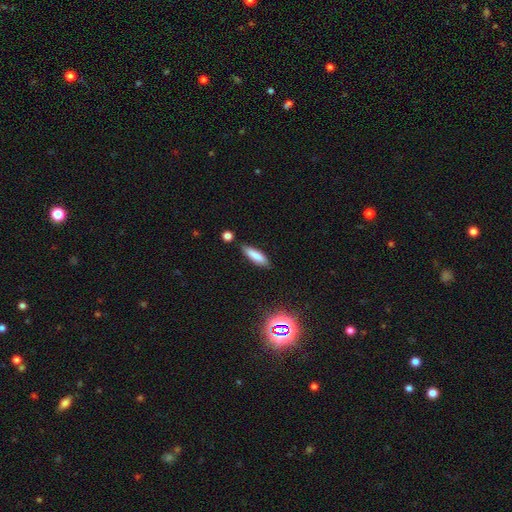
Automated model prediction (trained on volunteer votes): smooth 79%, featured or disk 12%, star or artifact 9%. Down the decision tree: how rounded — cigar-shaped (59%); merging — none (80%).